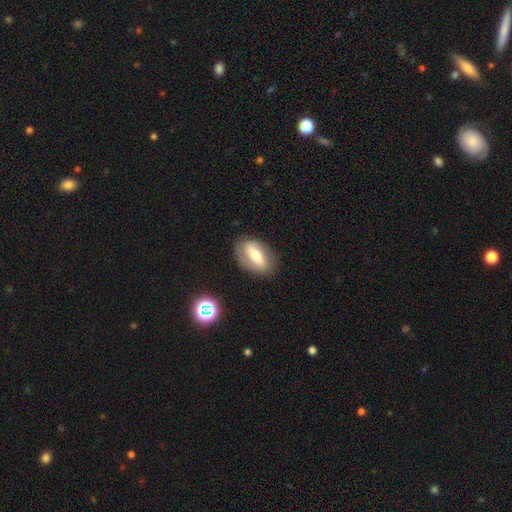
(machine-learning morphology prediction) Overall: smooth (50%; featured or disk 42%). Merging: none (82%).